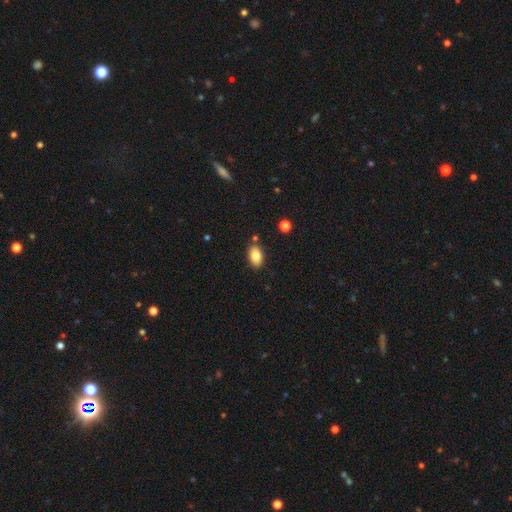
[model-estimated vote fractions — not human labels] Smooth or featured: smooth — 84% (featured or disk — 9%)
How rounded: in between — 91% (round — 7%)
Merging: none — 81% (minor disturbance — 12%)